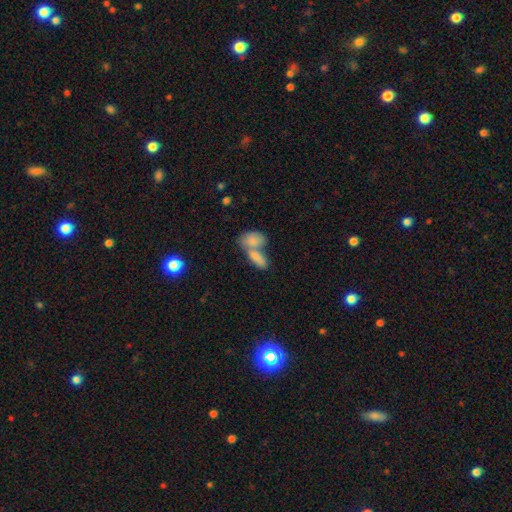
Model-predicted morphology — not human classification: Smooth or featured? smooth (71%)
How rounded? in between (81%)
Merging? merger (61%)